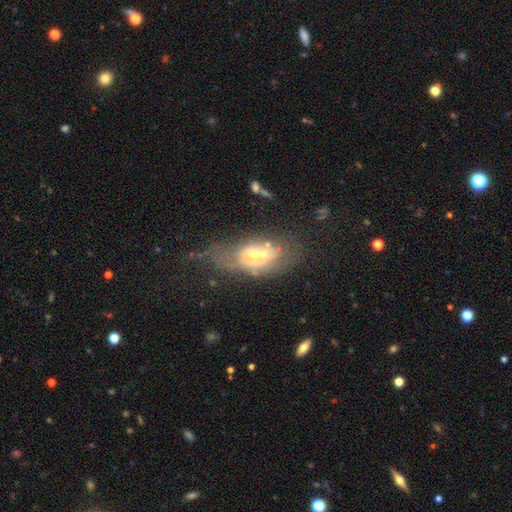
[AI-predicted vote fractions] This appears to be a featured or disk galaxy (53%). Merging: major disturbance (28%).